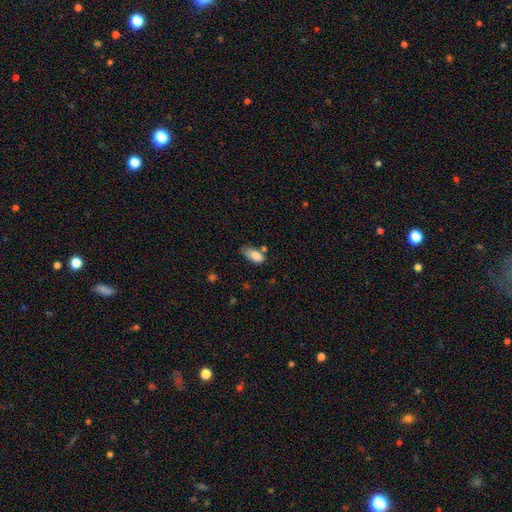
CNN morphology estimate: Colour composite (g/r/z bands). It shows a smooth galaxy with no disk features (84%) that is in between round and cigar-shaped (88%). Merging: none (41%).